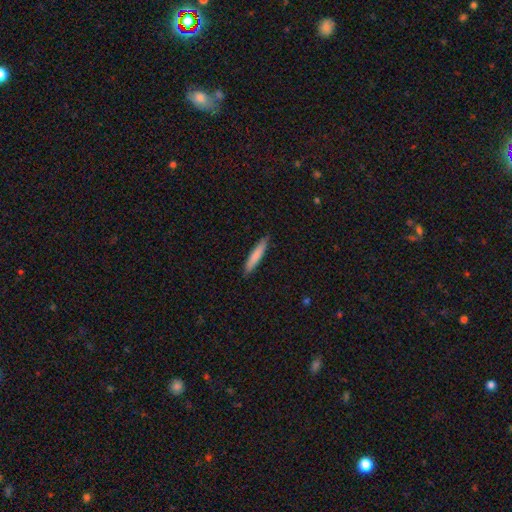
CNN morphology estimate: Smooth or featured? smooth (78%)
How rounded? cigar-shaped (92%)
Merging? none (88%)